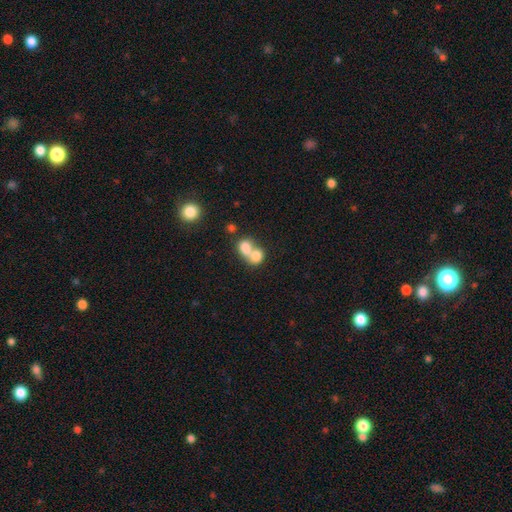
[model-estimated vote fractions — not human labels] The model was most divided on "how rounded": in between: 55%, round: 44%, cigar-shaped: 1%. More confident: smooth or featured — smooth (75%); merging — merger (75%).